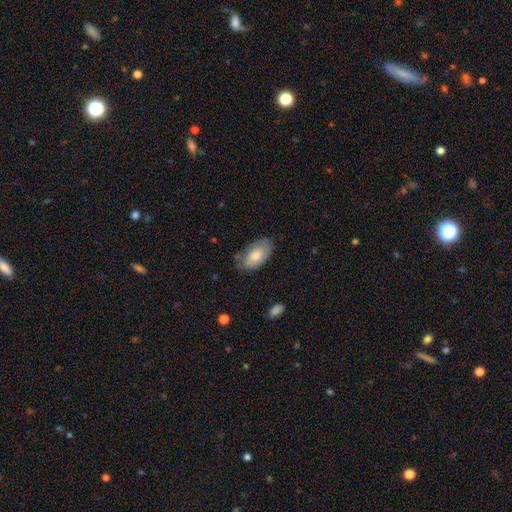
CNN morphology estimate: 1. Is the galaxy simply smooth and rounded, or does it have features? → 76% smooth, 18% featured or disk, 6% star or artifact.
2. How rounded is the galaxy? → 95% in between, 3% round, 2% cigar-shaped.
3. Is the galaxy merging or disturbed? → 69% none, 24% minor disturbance, 5% major disturbance, 2% merger.